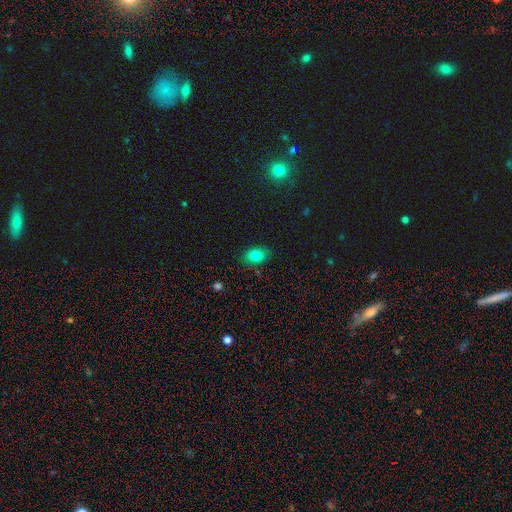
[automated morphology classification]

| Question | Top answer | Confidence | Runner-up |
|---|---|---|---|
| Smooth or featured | smooth | 82% | star or artifact (11%) |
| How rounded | in between | 79% | round (19%) |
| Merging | none | 83% | minor disturbance (13%) |